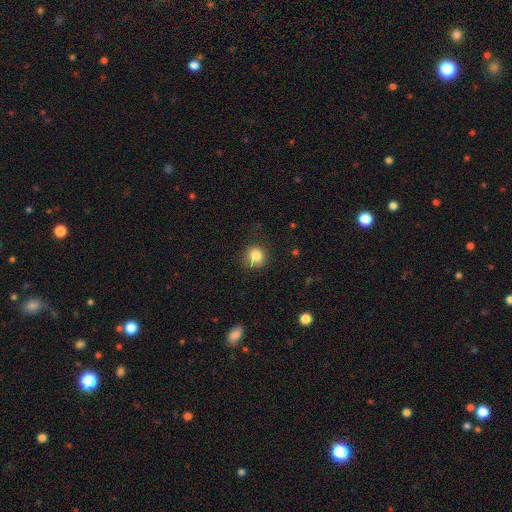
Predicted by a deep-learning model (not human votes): This appears to be a smooth galaxy with no disk features (84%) that is round (84%). Merging: none (75%).